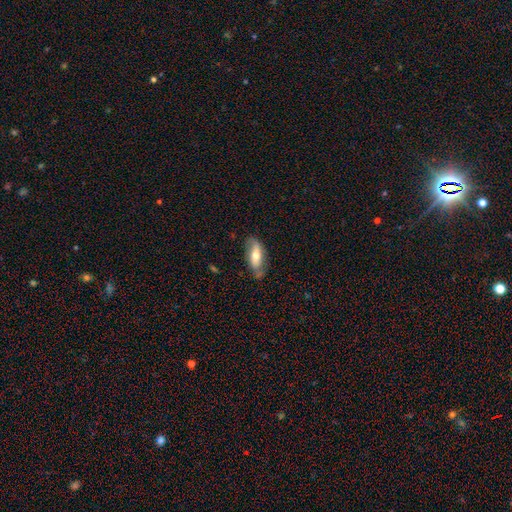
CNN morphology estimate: smooth-or-featured: smooth: 49% | featured or disk: 45% | star or artifact: 6%
  merging: none: 64% | minor disturbance: 26% | major disturbance: 7% | merger: 3%